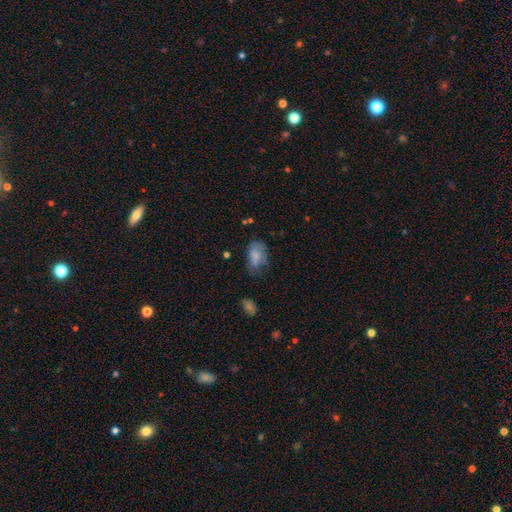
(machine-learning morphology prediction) smooth_or_featured: smooth (p=0.72) [alt: featured or disk p=0.19]
how_rounded: in between (p=0.87) [alt: round p=0.11]
merging: none (p=0.39) [alt: minor disturbance p=0.33]